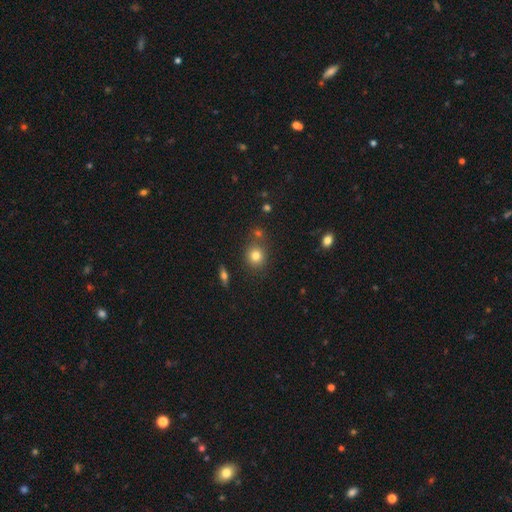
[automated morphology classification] This is likely a smooth galaxy (78%). How rounded: likely round (78%). Merging: likely none (75%).